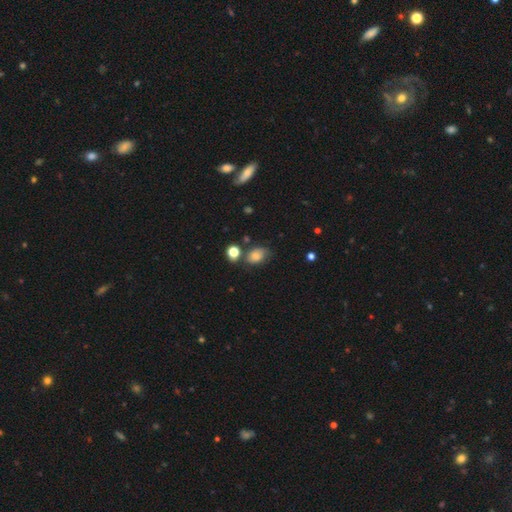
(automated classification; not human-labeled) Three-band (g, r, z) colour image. It shows a smooth galaxy with no disk features (78%) that is in between round and cigar-shaped (71%). Merging: none (55%).